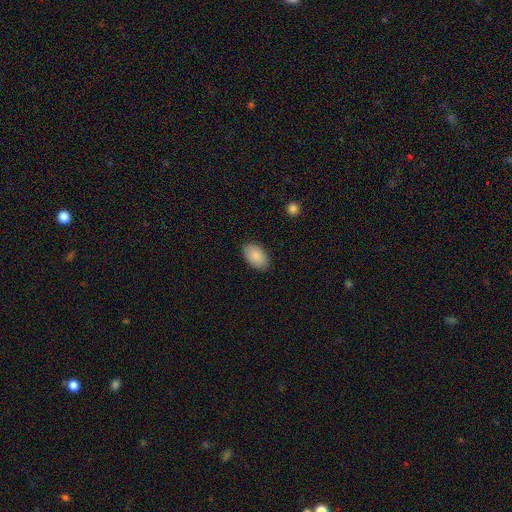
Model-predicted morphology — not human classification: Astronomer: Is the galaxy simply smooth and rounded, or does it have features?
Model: smooth — 89%.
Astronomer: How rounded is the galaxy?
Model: in between — 94%.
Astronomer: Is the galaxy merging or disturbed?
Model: none — 87%.